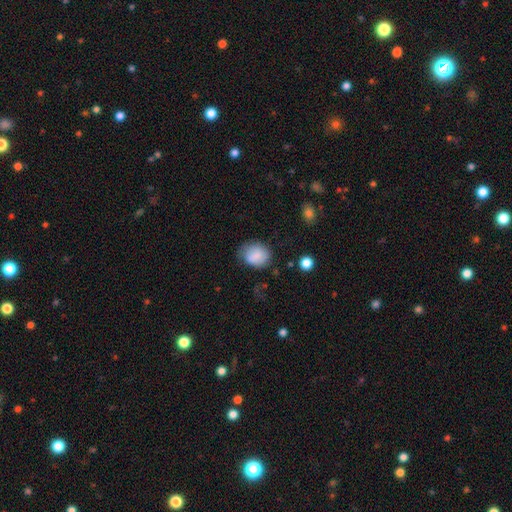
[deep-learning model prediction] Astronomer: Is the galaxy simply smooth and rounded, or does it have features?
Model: smooth — 81%.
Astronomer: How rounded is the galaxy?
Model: round — 53% (runner-up: in between, 46%).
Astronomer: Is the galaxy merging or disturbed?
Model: none — 64%.